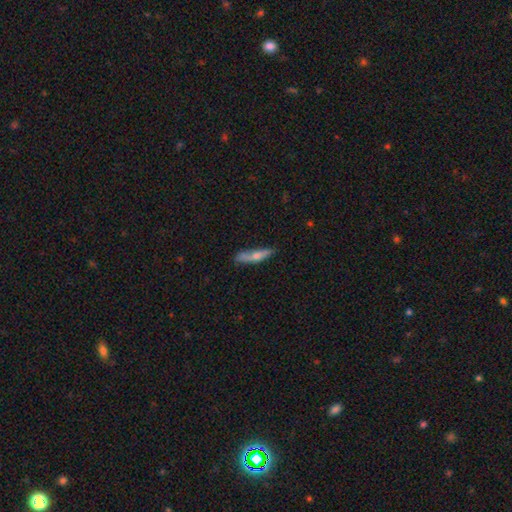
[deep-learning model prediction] Q: Smooth or featured?
A: smooth (61%); runner-up: featured or disk (32%)
Q: How rounded?
A: cigar-shaped (78%); runner-up: in between (20%)
Q: Merging?
A: none (62%); runner-up: minor disturbance (26%)